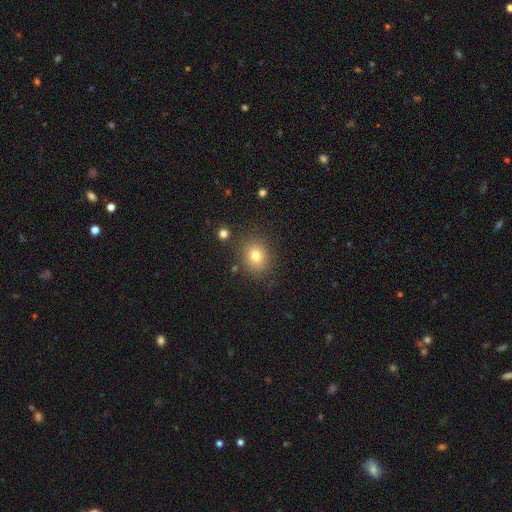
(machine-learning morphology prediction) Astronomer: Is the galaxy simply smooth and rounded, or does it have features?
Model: smooth — 77%.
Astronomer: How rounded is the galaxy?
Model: round — 66%.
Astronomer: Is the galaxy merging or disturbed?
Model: none — 84%.